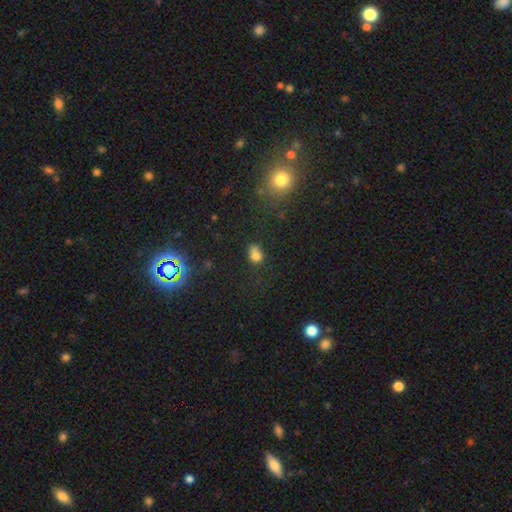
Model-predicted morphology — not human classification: This is likely a smooth galaxy (72%). How rounded: possibly round (50%). Merging: possibly none (51%).